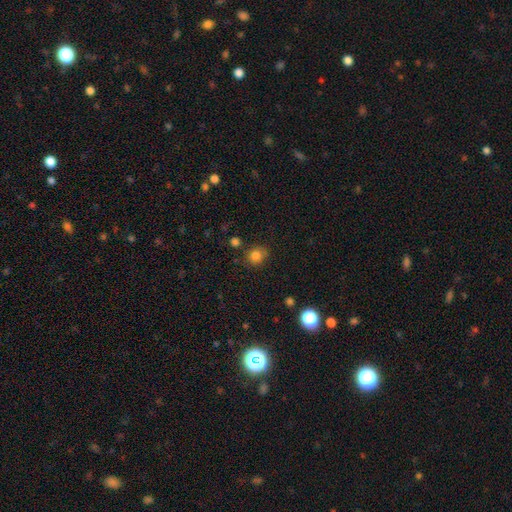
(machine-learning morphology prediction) smooth_or_featured: smooth (p=0.82) [alt: star or artifact p=0.12]
how_rounded: round (p=0.76) [alt: in between p=0.23]
merging: none (p=0.74) [alt: minor disturbance p=0.16]